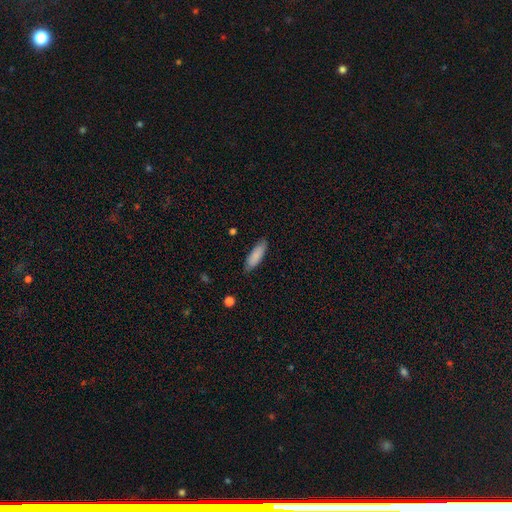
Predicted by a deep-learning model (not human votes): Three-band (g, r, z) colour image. It shows a smooth galaxy with no disk features (85%) that is cigar-shaped (51%). Merging: none (83%).